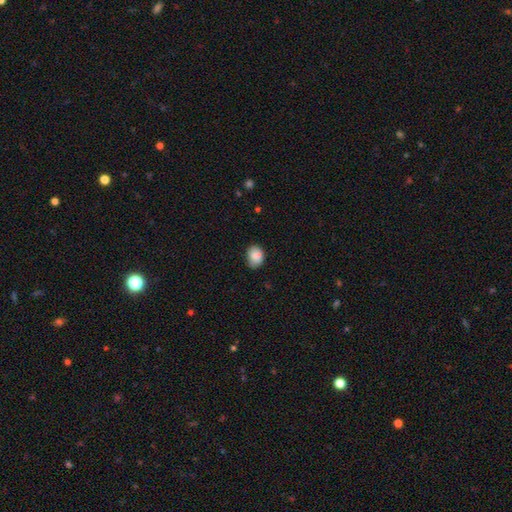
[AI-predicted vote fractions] Smooth or featured? Predicted: smooth (p=0.84). How rounded? Predicted: in between (p=0.61). Merging? Predicted: none (p=0.66).